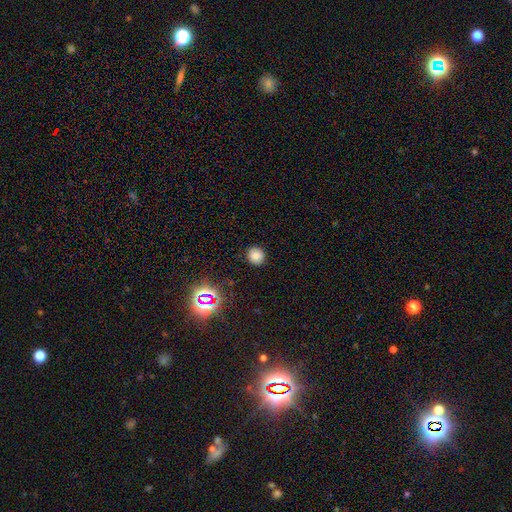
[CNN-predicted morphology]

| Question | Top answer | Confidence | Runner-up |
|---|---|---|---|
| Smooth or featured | smooth | 77% | star or artifact (17%) |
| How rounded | round | 87% | in between (12%) |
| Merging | none | 90% | minor disturbance (7%) |